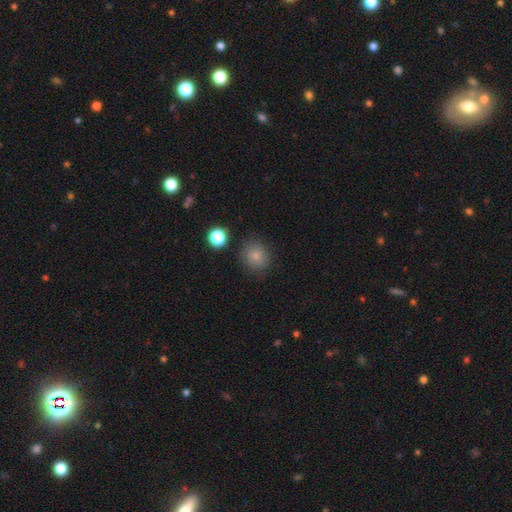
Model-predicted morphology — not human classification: type=smooth (82%); roundness=round (78%); merging=none (82%).